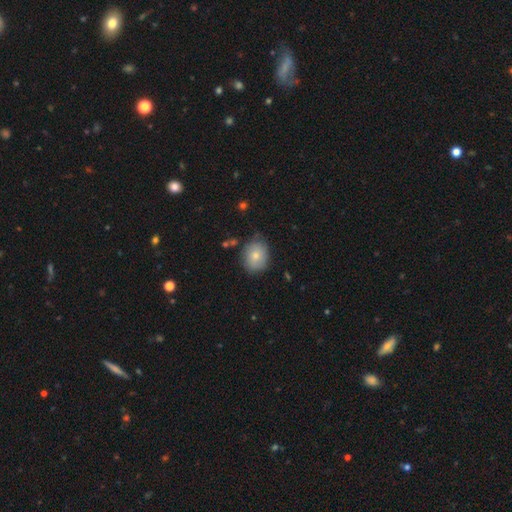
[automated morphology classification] The model was most divided on "how rounded": round: 54%, in between: 45%, cigar-shaped: 1%. More confident: smooth or featured — smooth (77%); merging — none (76%).